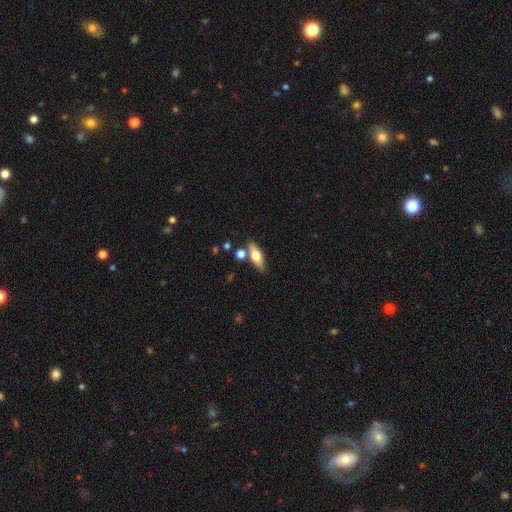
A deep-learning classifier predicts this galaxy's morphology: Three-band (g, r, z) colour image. It shows a smooth galaxy with no disk features (59%) that is in between round and cigar-shaped (62%). Merging: none (74%).